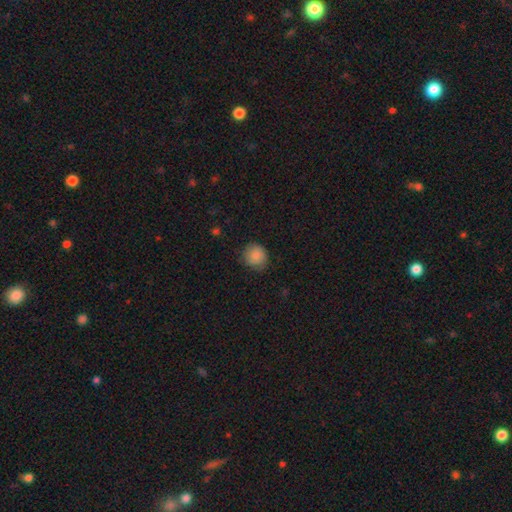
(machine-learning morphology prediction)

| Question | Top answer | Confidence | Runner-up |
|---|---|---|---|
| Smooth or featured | smooth | 85% | star or artifact (8%) |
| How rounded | round | 84% | in between (15%) |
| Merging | none | 78% | minor disturbance (17%) |